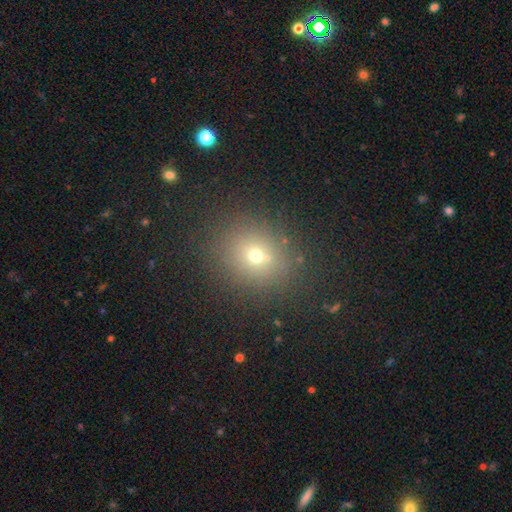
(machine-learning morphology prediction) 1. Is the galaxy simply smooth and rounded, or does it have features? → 64% smooth, 23% star or artifact, 12% featured or disk.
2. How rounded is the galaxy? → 73% round, 26% in between, 1% cigar-shaped.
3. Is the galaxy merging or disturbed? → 80% none, 10% minor disturbance, 6% merger, 4% major disturbance.